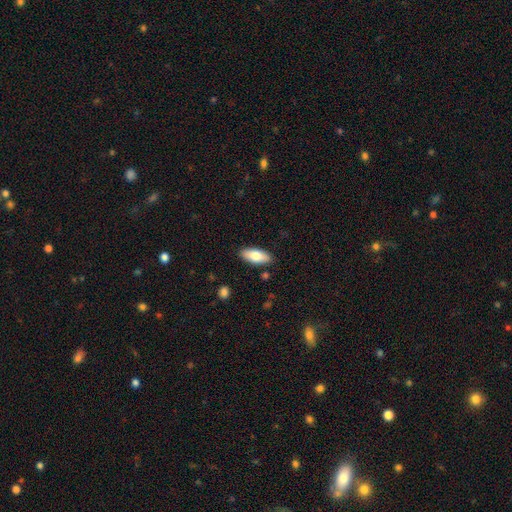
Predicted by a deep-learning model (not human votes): The model was most divided on "smooth or featured": smooth: 78%, featured or disk: 15%, star or artifact: 6%. More confident: merging — none (88%); how rounded — in between (84%).